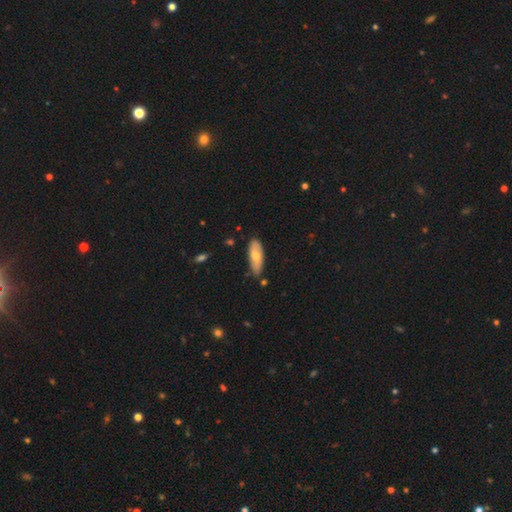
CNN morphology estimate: Smooth or featured? Predicted: smooth (p=0.68). How rounded? Predicted: in between (p=0.70). Merging? Predicted: none (p=0.74).